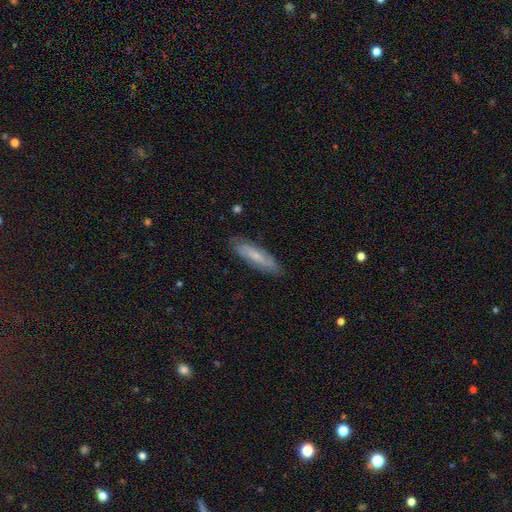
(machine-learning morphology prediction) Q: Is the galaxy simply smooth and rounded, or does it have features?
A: smooth — 49%.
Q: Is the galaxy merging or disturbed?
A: none — 83%.